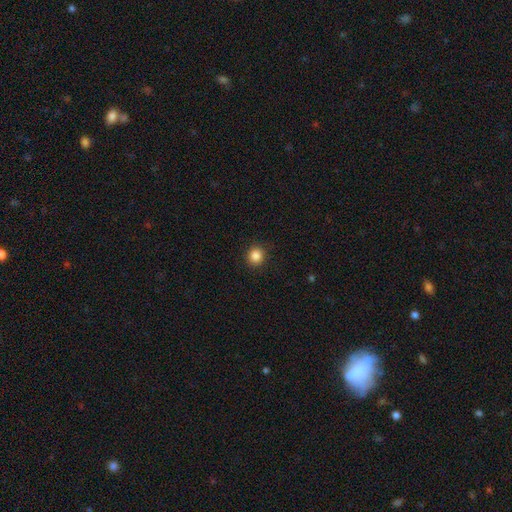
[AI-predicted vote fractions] smooth_or_featured: smooth (p=0.85) [alt: star or artifact p=0.11]
how_rounded: round (p=0.91) [alt: in between p=0.08]
merging: none (p=0.91) [alt: minor disturbance p=0.06]